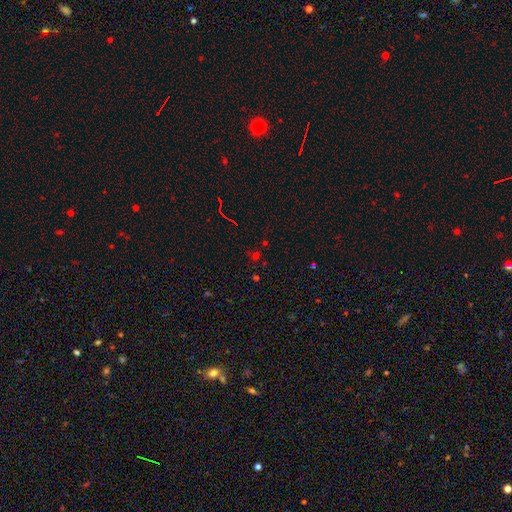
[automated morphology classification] This appears to be a star or artifact, not a galaxy (58%).